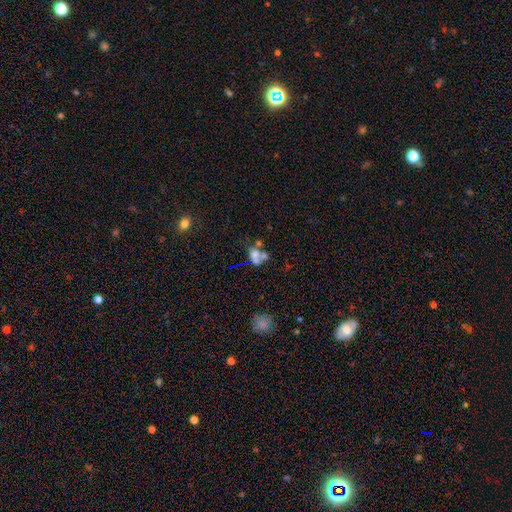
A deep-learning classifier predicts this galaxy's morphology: The model was most divided on "how rounded": round: 50%, in between: 45%, cigar-shaped: 4%. More confident: smooth or featured — smooth (52%); merging — merger (51%).